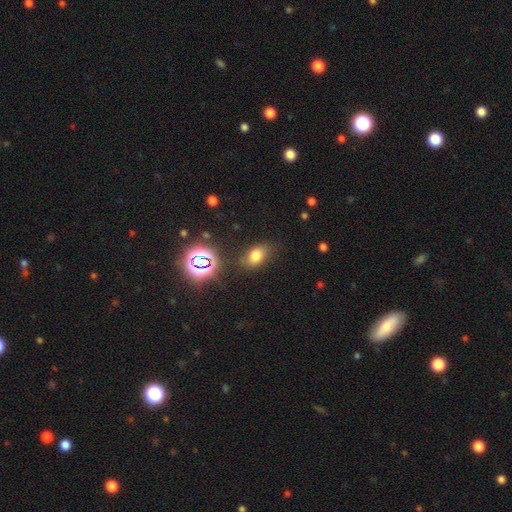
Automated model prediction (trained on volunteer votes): Morphology: type=smooth (70%); roundness=in between (79%); merging=none (76%).